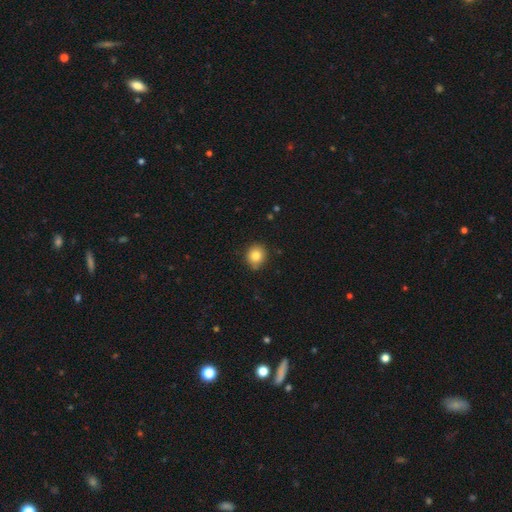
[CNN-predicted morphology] This is clearly a smooth galaxy (83%). How rounded: likely round (75%). Merging: clearly none (85%).